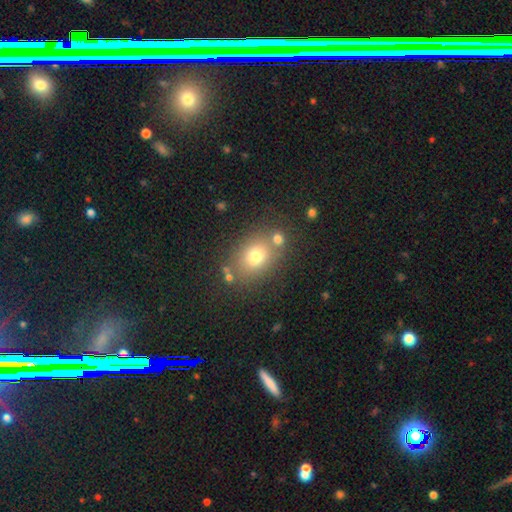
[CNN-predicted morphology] smooth 72%, star or artifact 14%, featured or disk 14%. Down the decision tree: how rounded — in between (58%); merging — none (68%).